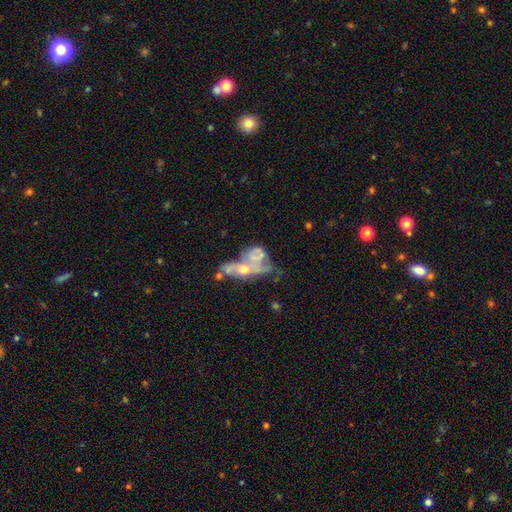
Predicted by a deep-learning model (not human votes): Q: Smooth or featured?
A: featured or disk (61%); runner-up: smooth (28%)
Q: Edge-on disk?
A: no (95%); runner-up: yes (5%)
Q: Bar?
A: no (85%); runner-up: weak (12%)
Q: Spiral arms?
A: no (70%); runner-up: yes (30%)
Q: Bulge size?
A: moderate (44%); runner-up: small (26%)
Q: Merging?
A: merger (55%); runner-up: major disturbance (23%)